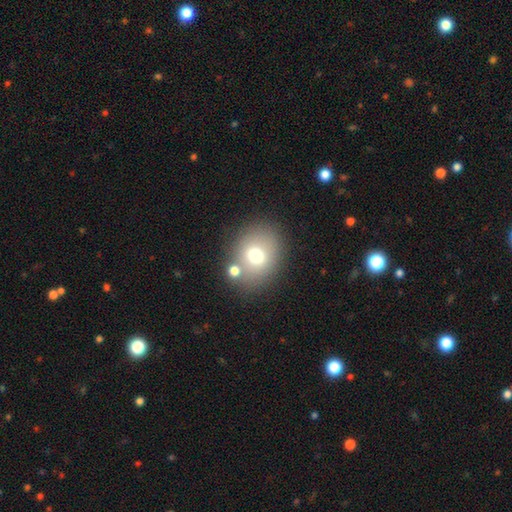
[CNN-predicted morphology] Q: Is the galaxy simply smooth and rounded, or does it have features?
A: smooth — 70%.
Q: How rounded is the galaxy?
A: round — 57%.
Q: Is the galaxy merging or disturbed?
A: none — 71%.